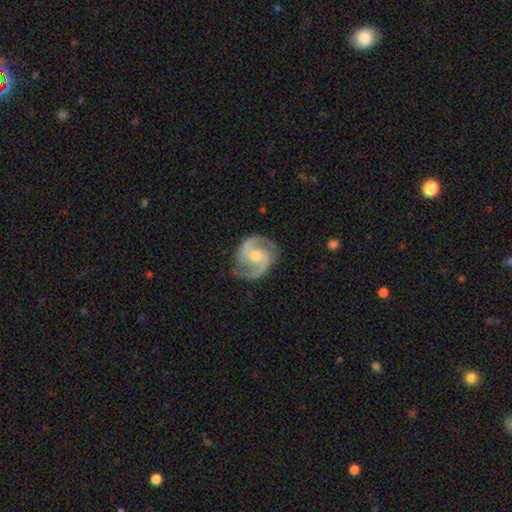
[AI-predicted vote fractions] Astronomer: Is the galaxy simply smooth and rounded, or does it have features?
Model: featured or disk — 91%.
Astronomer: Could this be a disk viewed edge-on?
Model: no — 98%.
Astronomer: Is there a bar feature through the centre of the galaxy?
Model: no — 46% (runner-up: weak, 41%).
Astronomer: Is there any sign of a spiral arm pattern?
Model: yes — 98%.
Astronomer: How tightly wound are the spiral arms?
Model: medium — 60%.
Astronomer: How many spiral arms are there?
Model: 2 — 93%.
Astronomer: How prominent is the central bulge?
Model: moderate — 62%.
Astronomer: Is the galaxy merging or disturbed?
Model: none — 82%.